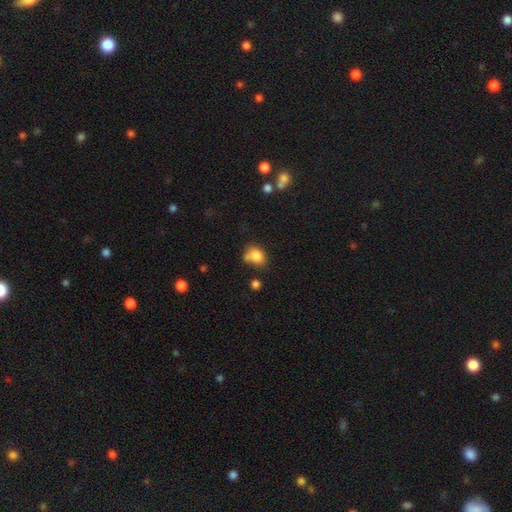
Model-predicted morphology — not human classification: A smooth galaxy with no disk features (81%) that is in between round and cigar-shaped (50%).

Vote fractions:
- Smooth or featured? smooth: 81% / star or artifact: 10% / featured or disk: 9%
- How rounded? in between: 50% / round: 49% / cigar-shaped: 1%
- Merging? none: 49% / merger: 23% / minor disturbance: 21% / major disturbance: 8%